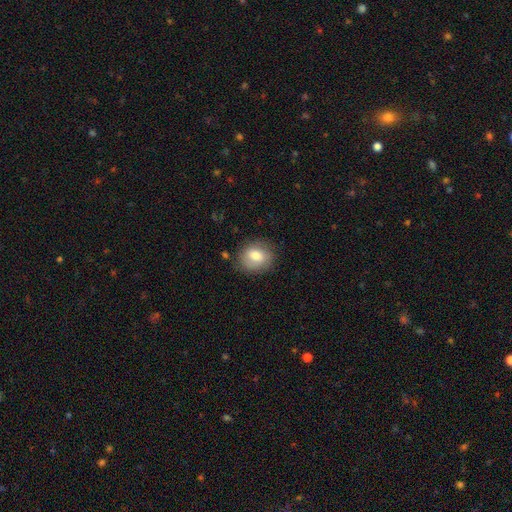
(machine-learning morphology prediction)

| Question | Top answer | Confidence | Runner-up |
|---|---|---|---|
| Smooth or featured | smooth | 76% | featured or disk (15%) |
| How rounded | round | 61% | in between (38%) |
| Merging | none | 80% | minor disturbance (14%) |